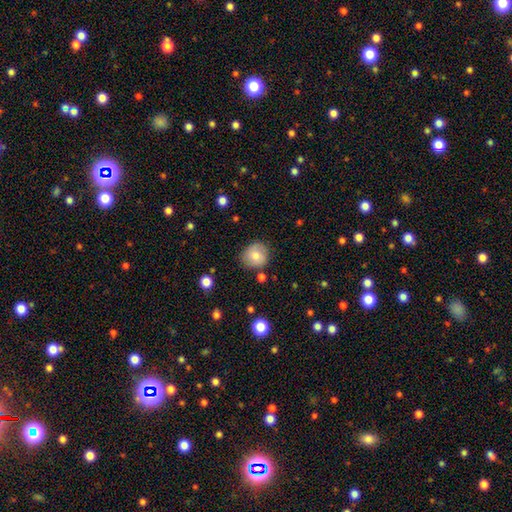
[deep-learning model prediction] Smooth or featured: smooth — 76% (featured or disk — 15%)
How rounded: round — 86% (in between — 13%)
Merging: none — 79% (minor disturbance — 15%)